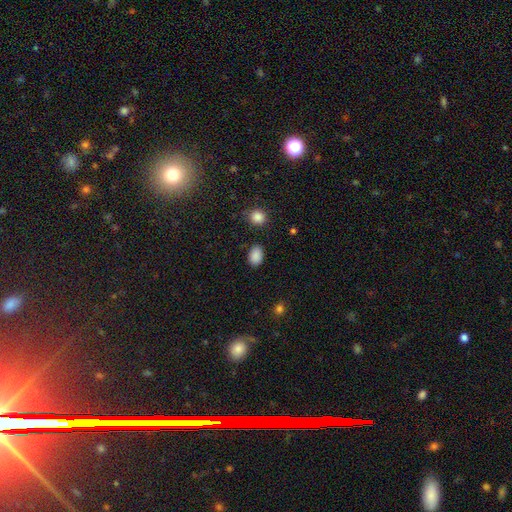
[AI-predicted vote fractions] Smooth or featured? smooth (88%)
How rounded? in between (82%)
Merging? none (86%)